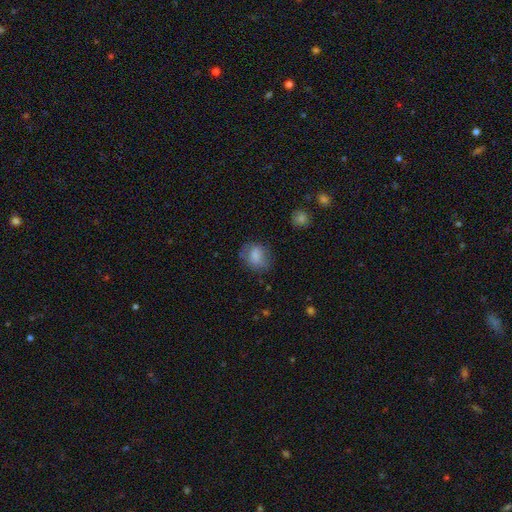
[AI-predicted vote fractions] Smooth or featured? Predicted: smooth (p=0.79). How rounded? Predicted: in between (p=0.50). Merging? Predicted: none (p=0.66).